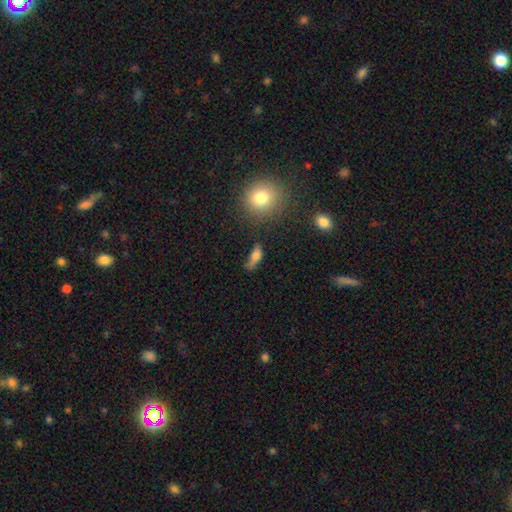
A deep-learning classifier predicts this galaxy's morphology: Smooth or featured? Predicted: smooth (p=0.71). How rounded? Predicted: in between (p=0.63). Merging? Predicted: none (p=0.43).